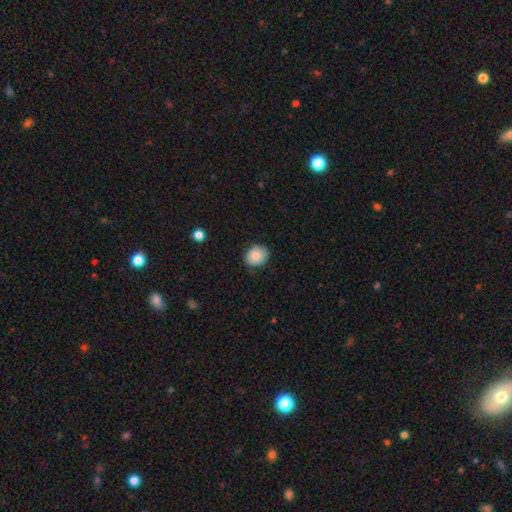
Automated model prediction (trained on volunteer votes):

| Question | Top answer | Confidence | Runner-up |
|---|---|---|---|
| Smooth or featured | smooth | 86% | star or artifact (8%) |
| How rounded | round | 62% | in between (37%) |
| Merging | none | 84% | minor disturbance (12%) |